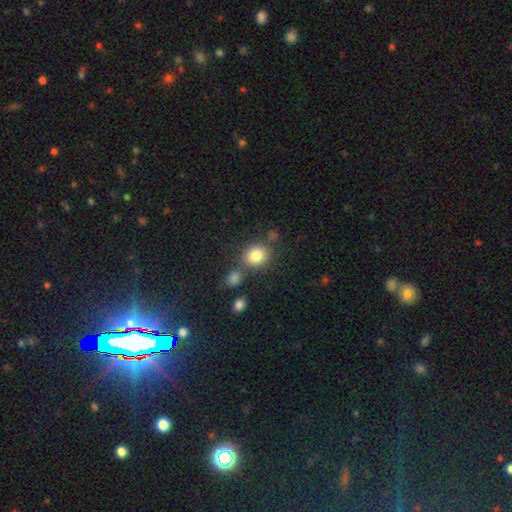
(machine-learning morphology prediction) A smooth galaxy with no disk features (82%) that is round (72%). Merging: none (67%).